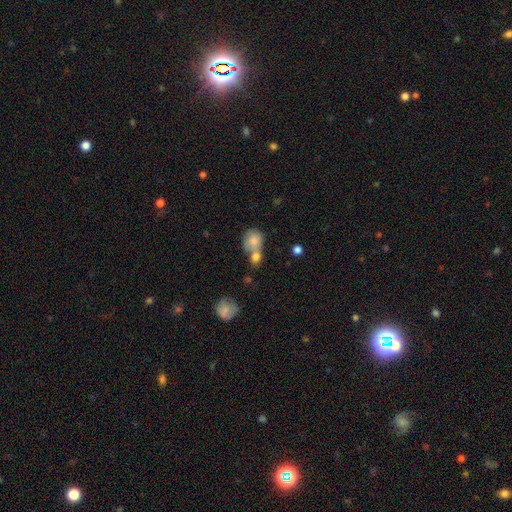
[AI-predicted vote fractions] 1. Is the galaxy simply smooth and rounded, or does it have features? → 78% smooth, 12% featured or disk, 10% star or artifact.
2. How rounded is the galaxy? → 66% round, 32% in between, 2% cigar-shaped.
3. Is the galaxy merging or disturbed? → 54% merger, 32% none, 9% minor disturbance, 4% major disturbance.